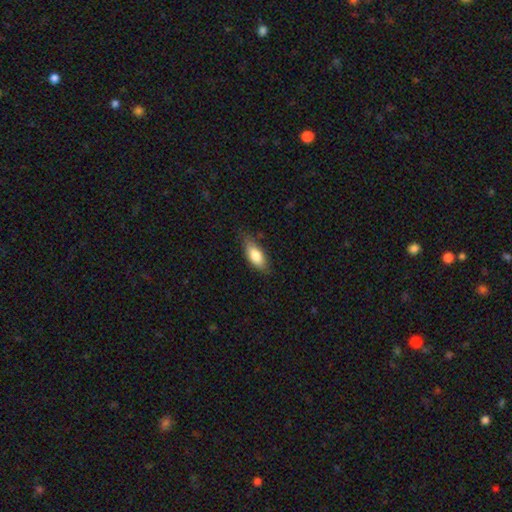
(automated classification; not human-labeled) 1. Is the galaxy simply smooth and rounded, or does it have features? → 80% smooth, 13% featured or disk, 6% star or artifact.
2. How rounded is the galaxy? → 81% in between, 16% cigar-shaped, 2% round.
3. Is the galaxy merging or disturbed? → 72% none, 22% minor disturbance, 4% major disturbance, 1% merger.